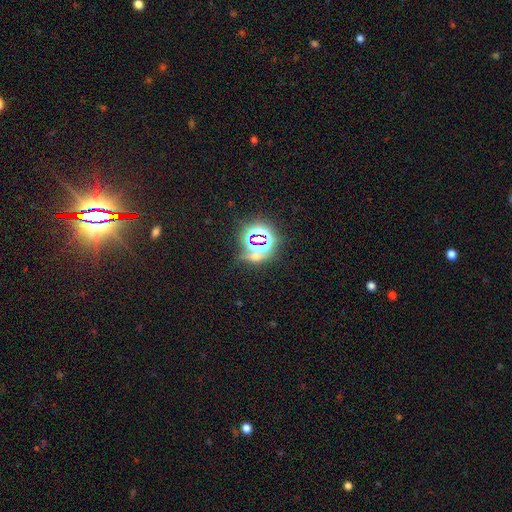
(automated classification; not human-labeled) Overall: star or artifact (70%).